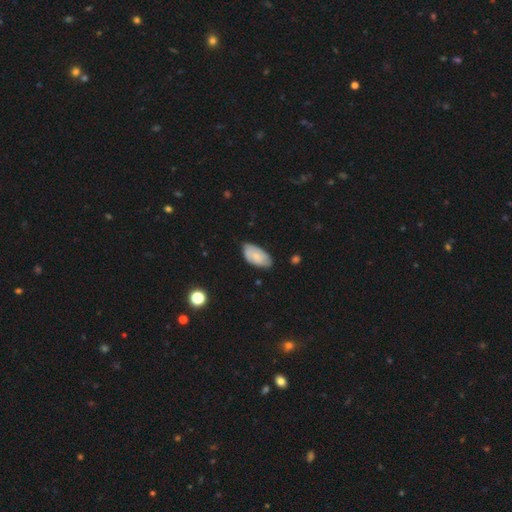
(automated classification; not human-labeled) Smooth or featured? Predicted: smooth (p=0.63). How rounded? Predicted: in between (p=0.95). Merging? Predicted: none (p=0.67).